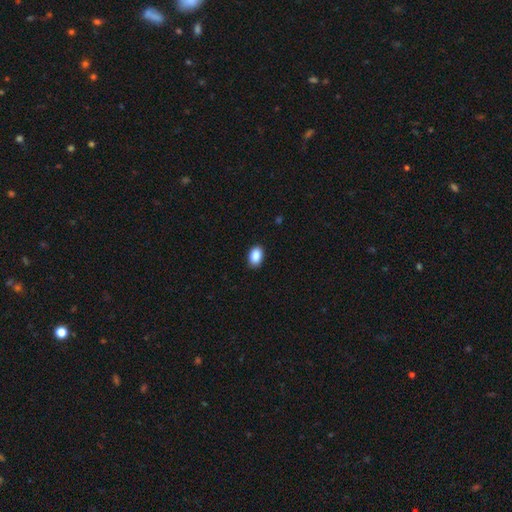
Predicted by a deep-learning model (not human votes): smooth_or_featured: smooth (p=0.89) [alt: star or artifact p=0.08]
how_rounded: in between (p=0.86) [alt: round p=0.13]
merging: none (p=0.90) [alt: minor disturbance p=0.07]